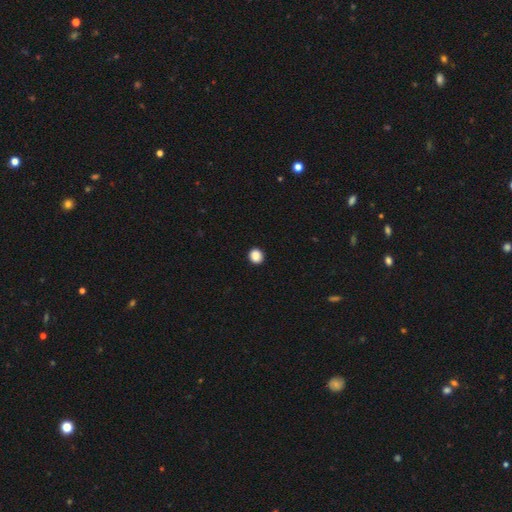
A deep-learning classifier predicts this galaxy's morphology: type=smooth (89%); roundness=round (82%); merging=none (92%).